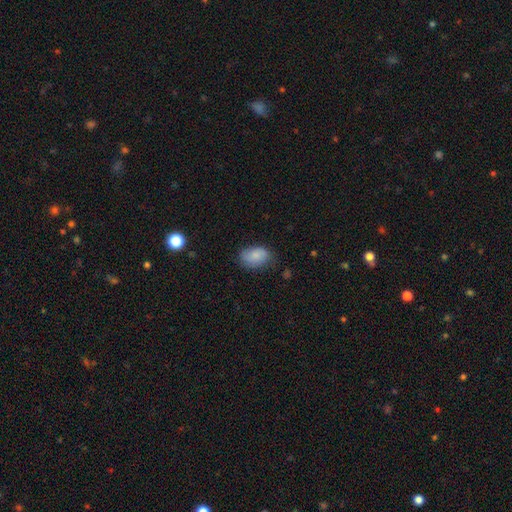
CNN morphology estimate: Smooth or featured: smooth — 83% (featured or disk — 10%)
How rounded: in between — 88% (round — 10%)
Merging: none — 70% (minor disturbance — 23%)